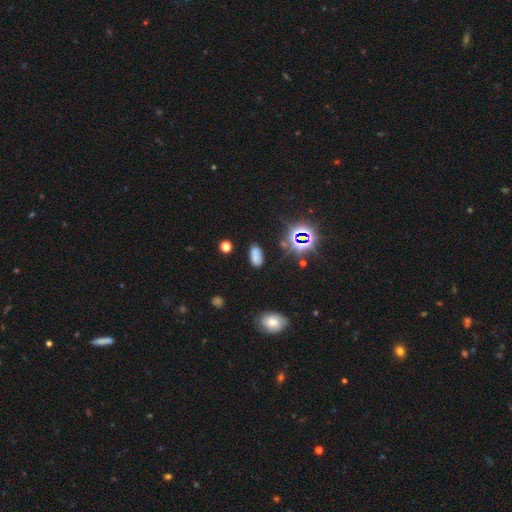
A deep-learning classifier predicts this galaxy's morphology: Smooth or featured? Predicted: smooth (p=0.63). How rounded? Predicted: in between (p=0.91). Merging? Predicted: none (p=0.70).